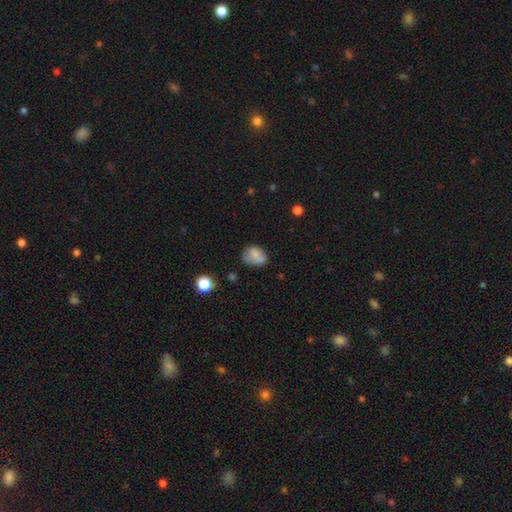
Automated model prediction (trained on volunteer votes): A smooth galaxy with no disk features (73%) that is in between round and cigar-shaped (62%).

Vote fractions:
- Smooth or featured? smooth: 73% / featured or disk: 17% / star or artifact: 11%
- How rounded? in between: 62% / round: 37% / cigar-shaped: 1%
- Merging? none: 49% / minor disturbance: 30% / major disturbance: 12% / merger: 9%